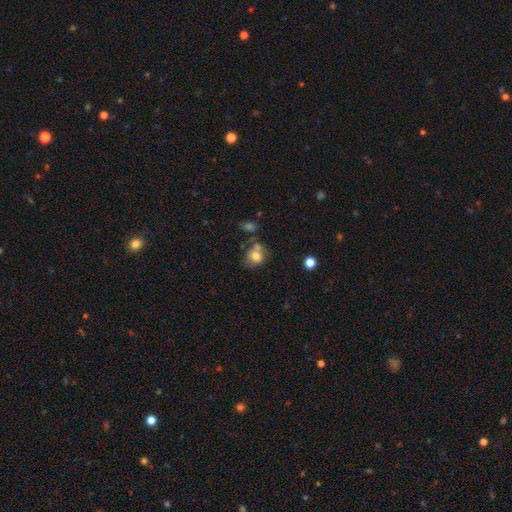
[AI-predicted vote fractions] Smooth or featured?
  - smooth: 76% *
  - featured or disk: 14%
  - star or artifact: 10%
How rounded?
  - round: 64% *
  - in between: 35%
  - cigar-shaped: 1%
Merging?
  - none: 49% *
  - merger: 24%
  - minor disturbance: 19%
  - major disturbance: 8%